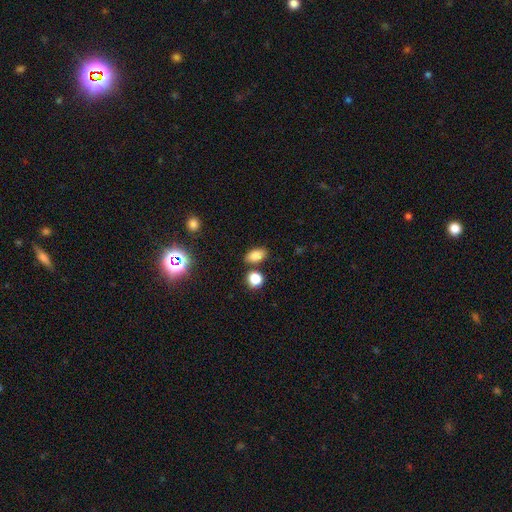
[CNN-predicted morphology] Smooth or featured? smooth (81%)
How rounded? in between (86%)
Merging? none (78%)